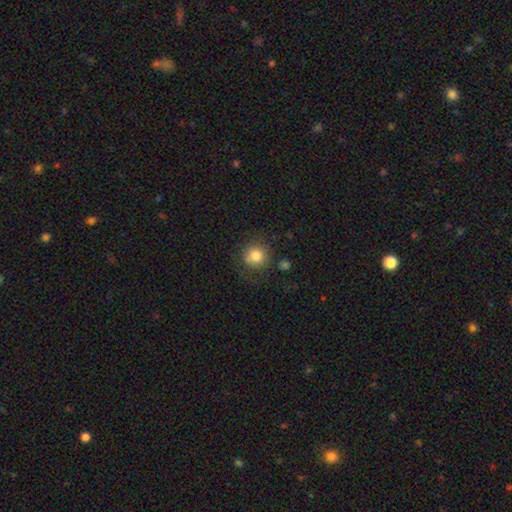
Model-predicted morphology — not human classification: The model was most divided on "merging": none: 77%, minor disturbance: 14%, major disturbance: 5%, merger: 4%. More confident: how rounded — round (89%); smooth or featured — smooth (82%).